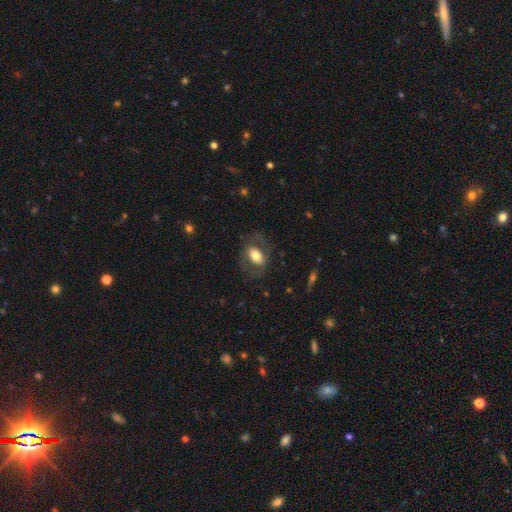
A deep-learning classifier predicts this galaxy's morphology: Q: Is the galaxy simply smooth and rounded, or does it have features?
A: smooth — 58%.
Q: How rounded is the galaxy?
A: in between — 82%.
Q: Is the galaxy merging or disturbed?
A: none — 70%.